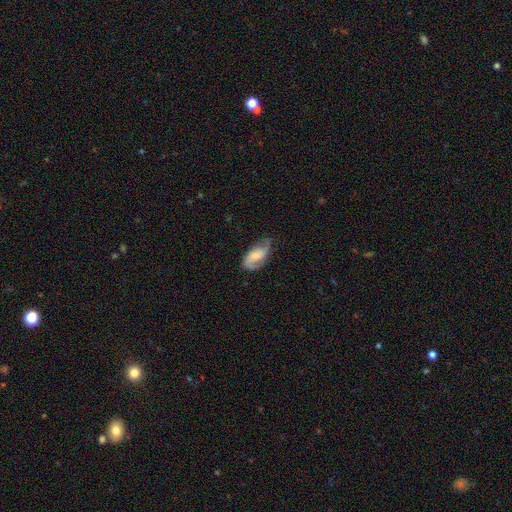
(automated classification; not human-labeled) featured or disk 67%, smooth 27%, star or artifact 6%. Down the decision tree: edge-on disk — no (95%); bar — no (56%); spiral arms — yes (93%); spiral arm count — 2 (83%); spiral winding — medium (43%); bulge size — small (43%); merging — none (64%).